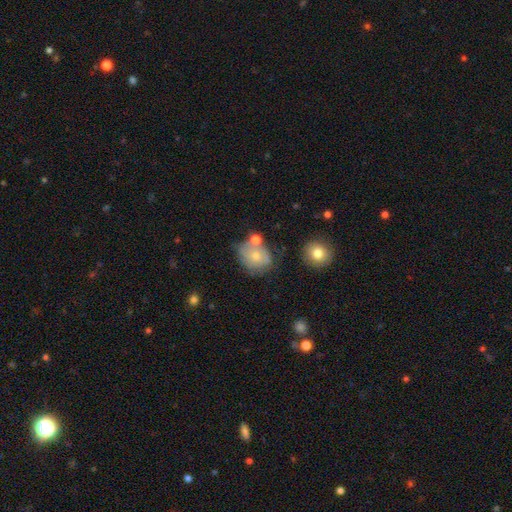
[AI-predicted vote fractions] This appears to be a smooth galaxy with no disk features (56%) that is round (64%). Merging: none (48%).